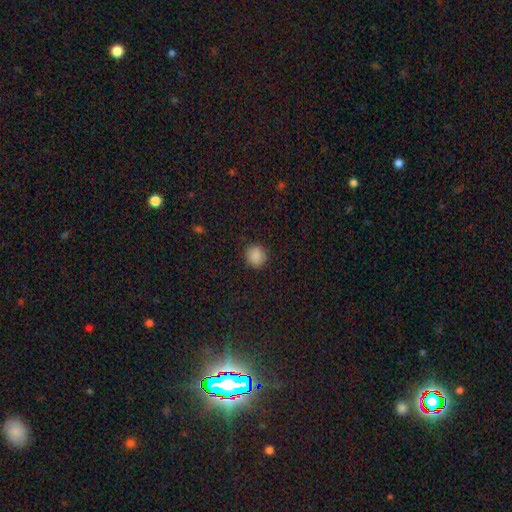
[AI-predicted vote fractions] Smooth or featured? smooth (87%)
How rounded? round (93%)
Merging? none (91%)